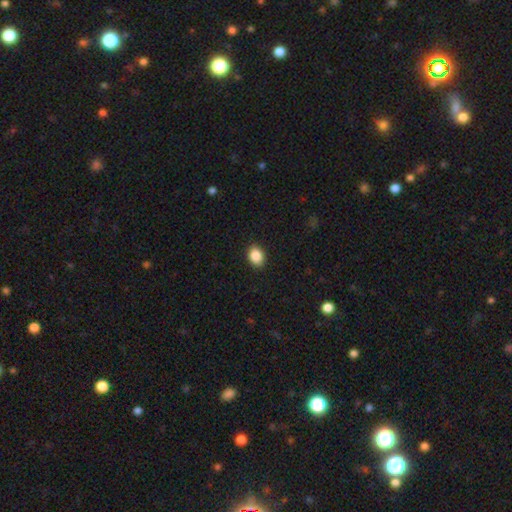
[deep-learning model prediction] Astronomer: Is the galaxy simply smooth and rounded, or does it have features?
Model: smooth — 88%.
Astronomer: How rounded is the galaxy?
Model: in between — 62% (runner-up: round, 37%).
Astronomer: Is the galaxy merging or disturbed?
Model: none — 90%.